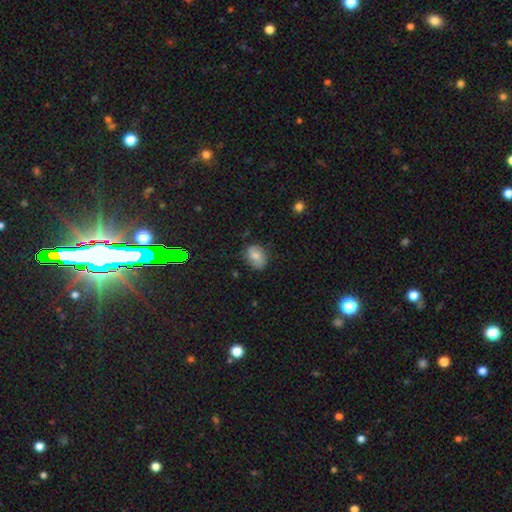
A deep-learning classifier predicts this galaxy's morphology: A smooth galaxy with no disk features (69%) that is in between round and cigar-shaped (61%). Merging: none (71%).